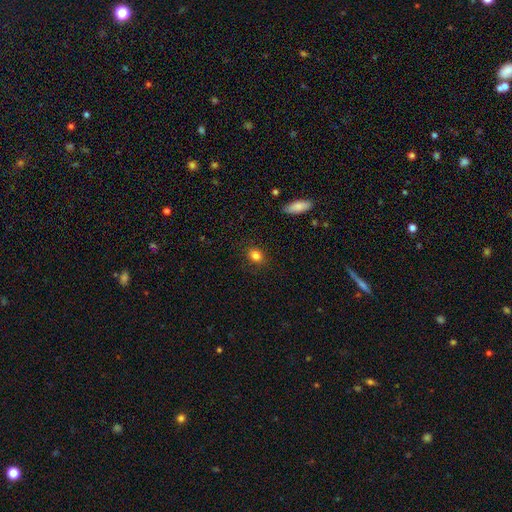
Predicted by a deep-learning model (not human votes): The model was most divided on "how rounded": in between: 54%, round: 44%, cigar-shaped: 2%. More confident: merging — none (87%); smooth or featured — smooth (84%).